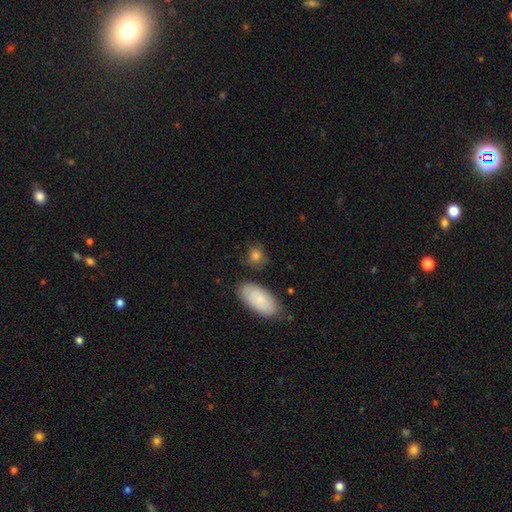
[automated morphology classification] Smooth or featured? Predicted: smooth (p=0.80). How rounded? Predicted: round (p=0.63). Merging? Predicted: none (p=0.71).